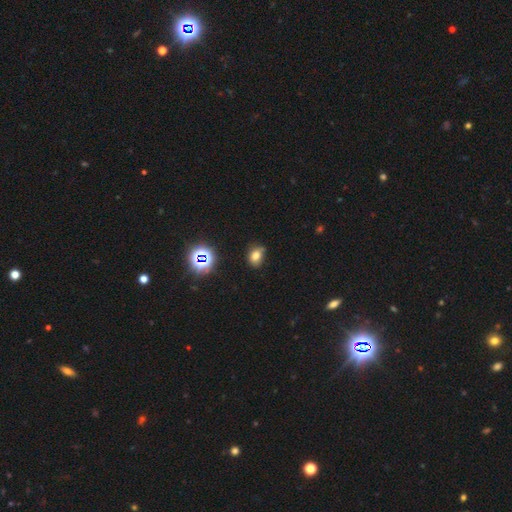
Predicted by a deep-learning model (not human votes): Smooth or featured?
  - smooth: 72% *
  - star or artifact: 18%
  - featured or disk: 10%
How rounded?
  - in between: 64% *
  - round: 35%
  - cigar-shaped: 1%
Merging?
  - none: 66% *
  - minor disturbance: 25%
  - major disturbance: 6%
  - merger: 3%